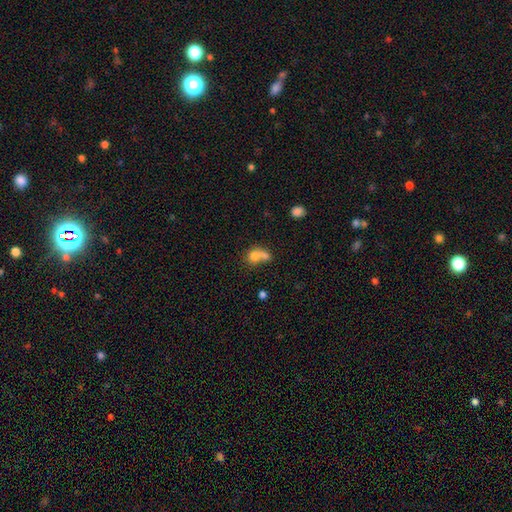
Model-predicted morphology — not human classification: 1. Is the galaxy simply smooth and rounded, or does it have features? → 75% smooth, 15% featured or disk, 10% star or artifact.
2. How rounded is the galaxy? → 62% round, 37% in between, 2% cigar-shaped.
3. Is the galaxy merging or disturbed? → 59% merger, 24% none, 9% minor disturbance, 8% major disturbance.